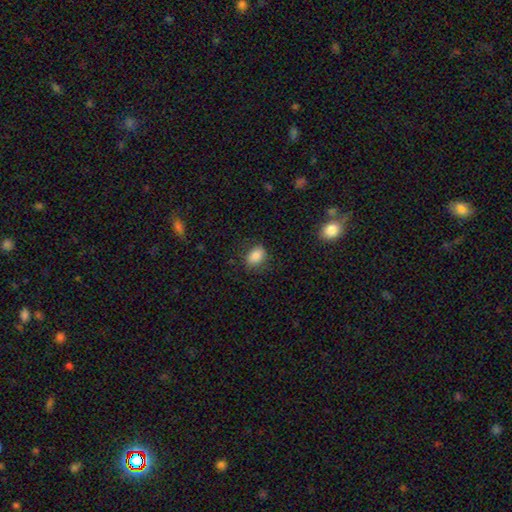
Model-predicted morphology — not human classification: A smooth galaxy with no disk features (85%) that is in between round and cigar-shaped (73%).

Vote fractions:
- Smooth or featured? smooth: 85% / star or artifact: 9% / featured or disk: 6%
- How rounded? in between: 73% / round: 25% / cigar-shaped: 1%
- Merging? none: 78% / minor disturbance: 16% / major disturbance: 5% / merger: 1%